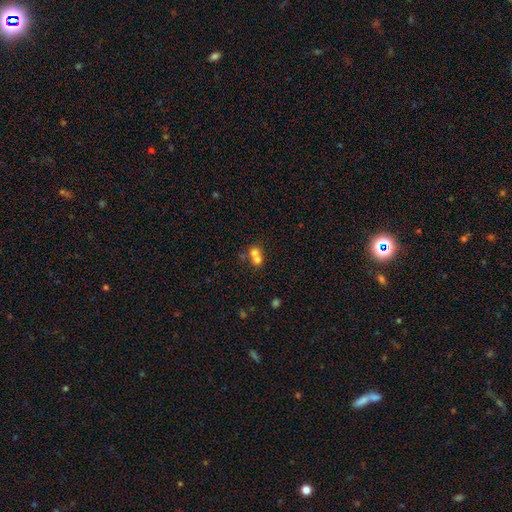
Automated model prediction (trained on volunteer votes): This appears to be a smooth galaxy with no disk features (69%) that is round (79%). Merging: merger (66%).